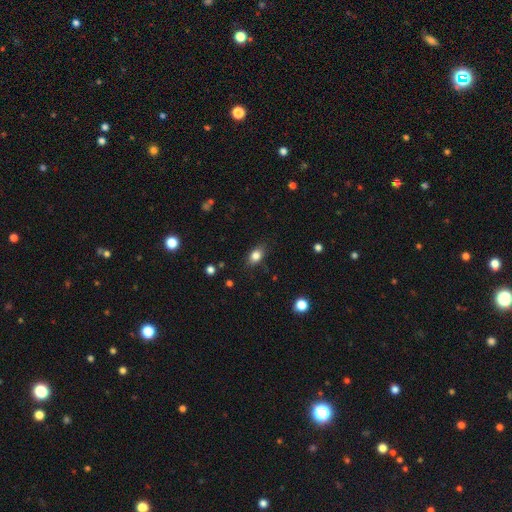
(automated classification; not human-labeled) Overall: smooth (82%). How rounded: in between (78%). Merging: none (83%).